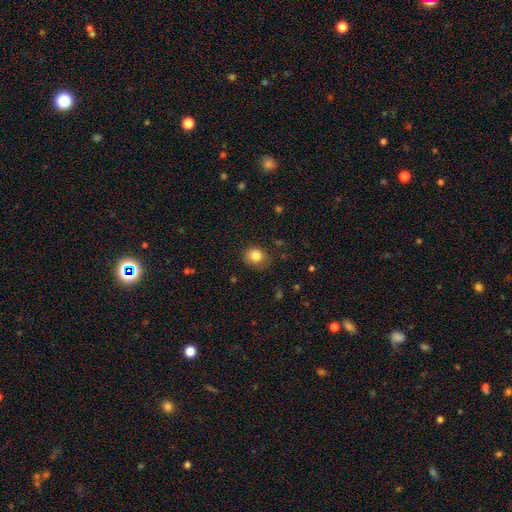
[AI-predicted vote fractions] Smooth or featured? Predicted: smooth (p=0.83). How rounded? Predicted: round (p=0.76). Merging? Predicted: none (p=0.75).